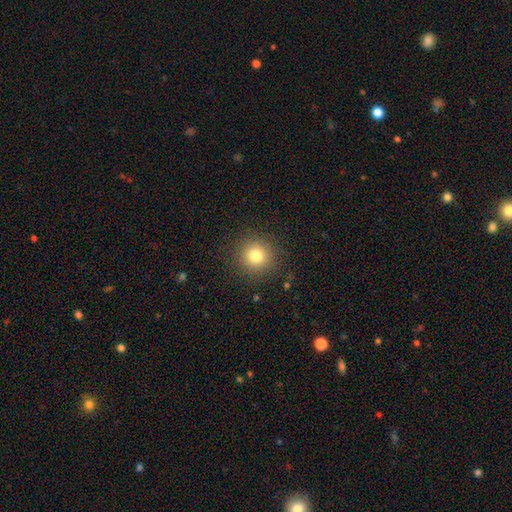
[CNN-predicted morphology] The model was most divided on "smooth or featured": smooth: 80%, star or artifact: 13%, featured or disk: 8%. More confident: how rounded — round (93%); merging — none (89%).